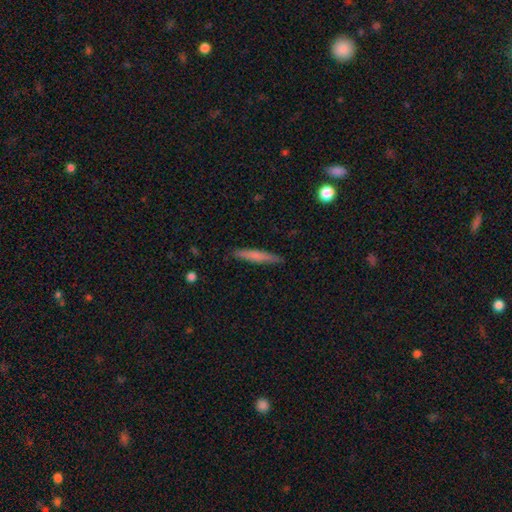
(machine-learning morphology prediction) Smooth or featured?
  - smooth: 68% *
  - featured or disk: 26%
  - star or artifact: 6%
How rounded?
  - cigar-shaped: 94% *
  - in between: 5%
  - round: 1%
Merging?
  - none: 88% *
  - minor disturbance: 9%
  - major disturbance: 2%
  - merger: 1%